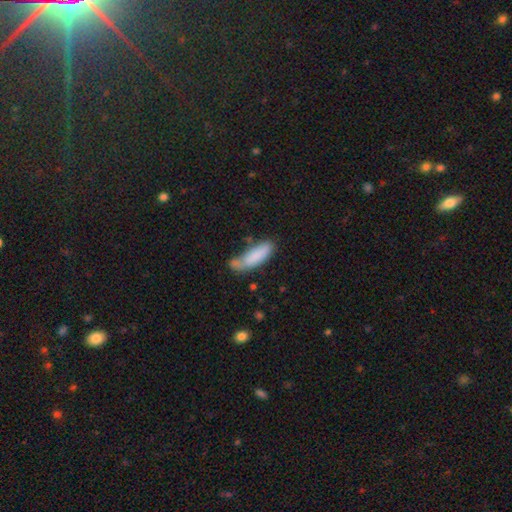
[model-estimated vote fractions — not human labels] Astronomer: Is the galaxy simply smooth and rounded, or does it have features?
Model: smooth — 82%.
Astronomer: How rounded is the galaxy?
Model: in between — 51% (runner-up: cigar-shaped, 47%).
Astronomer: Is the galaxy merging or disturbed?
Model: none — 44% (runner-up: minor disturbance, 29%).